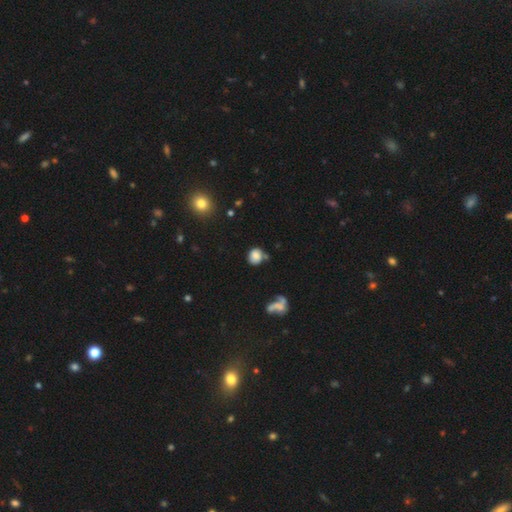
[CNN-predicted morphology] Smooth or featured: smooth — 76% (featured or disk — 13%)
How rounded: round — 68% (in between — 31%)
Merging: none — 59% (minor disturbance — 22%)